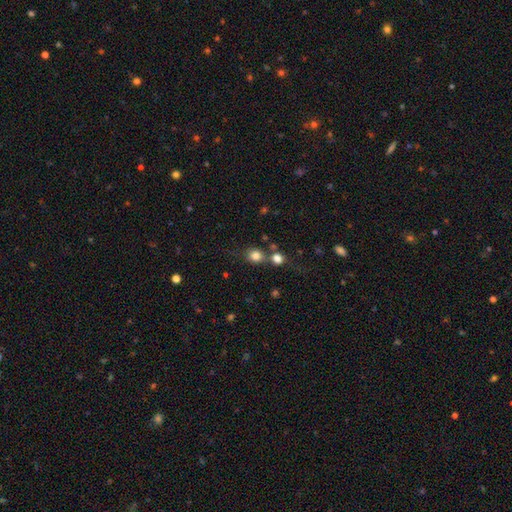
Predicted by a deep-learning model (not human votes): Q: Smooth or featured?
A: smooth (79%); runner-up: star or artifact (13%)
Q: How rounded?
A: round (81%); runner-up: in between (18%)
Q: Merging?
A: none (53%); runner-up: merger (32%)